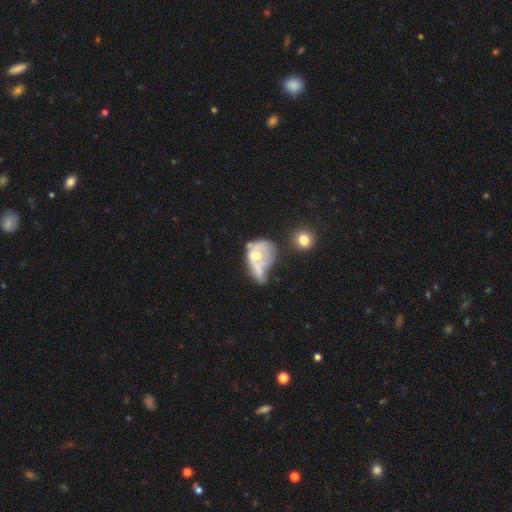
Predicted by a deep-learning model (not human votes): Smooth or featured: featured or disk — 54% (smooth — 38%)
Edge-on disk: no — 95% (yes — 5%)
Bar: no — 83% (weak — 13%)
Spiral arms: no — 73% (yes — 27%)
Bulge size: moderate — 66% (small — 21%)
Merging: major disturbance — 39% (merger — 29%)